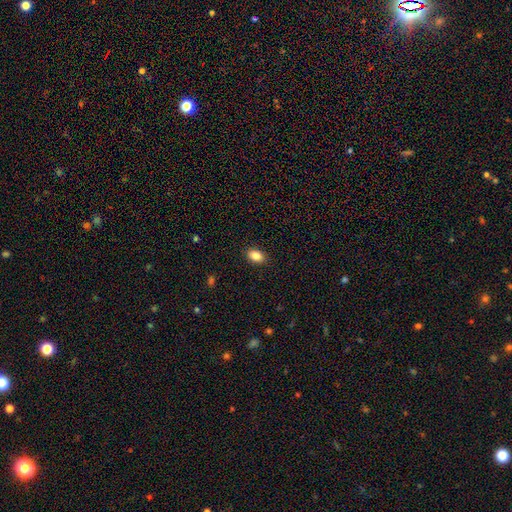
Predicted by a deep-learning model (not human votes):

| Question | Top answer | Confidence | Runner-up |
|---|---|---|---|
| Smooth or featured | smooth | 86% | star or artifact (9%) |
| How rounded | in between | 83% | round (16%) |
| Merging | none | 89% | minor disturbance (8%) |